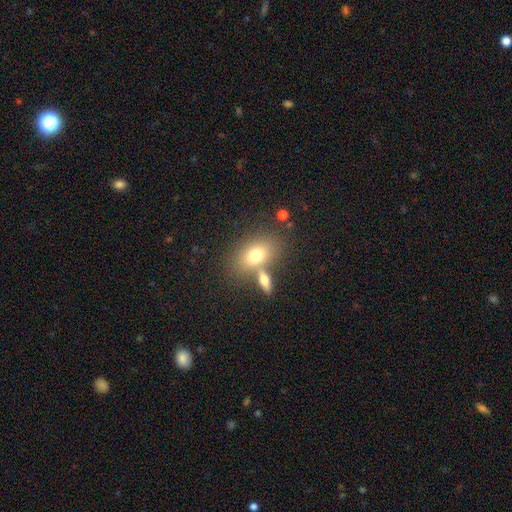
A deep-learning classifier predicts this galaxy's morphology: type=smooth (72%); roundness=in between (80%); merging=none (54%).